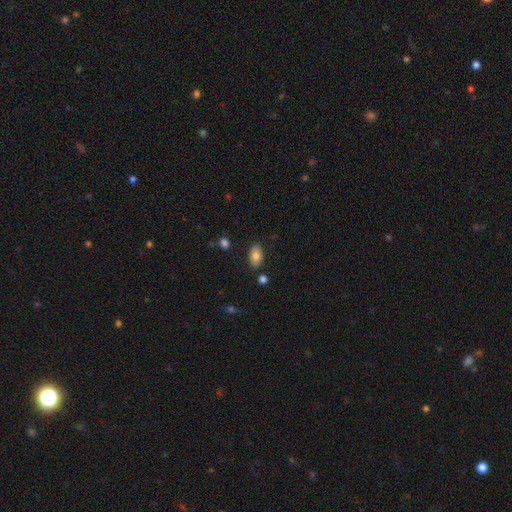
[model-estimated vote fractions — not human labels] Q: Smooth or featured?
A: smooth (82%); runner-up: featured or disk (10%)
Q: How rounded?
A: in between (92%); runner-up: round (5%)
Q: Merging?
A: none (84%); runner-up: minor disturbance (11%)